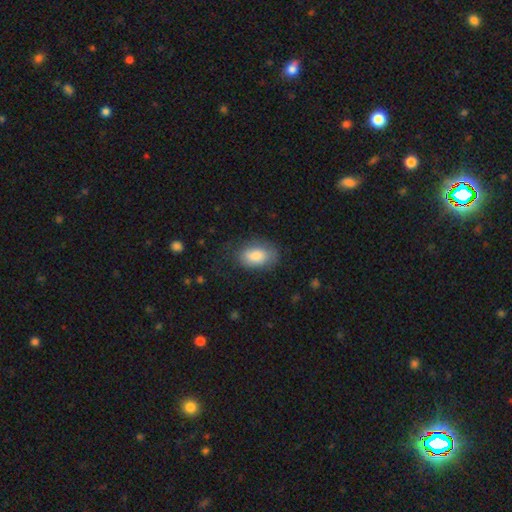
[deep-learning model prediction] Smooth or featured?
  - smooth: 83% *
  - featured or disk: 11%
  - star or artifact: 6%
How rounded?
  - in between: 90% *
  - round: 9%
  - cigar-shaped: 2%
Merging?
  - none: 70% *
  - minor disturbance: 21%
  - major disturbance: 8%
  - merger: 1%